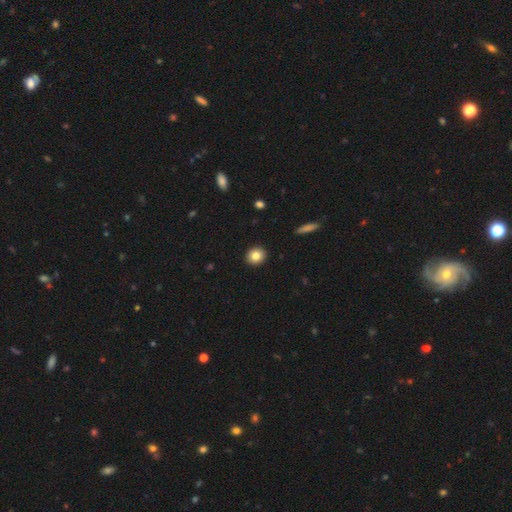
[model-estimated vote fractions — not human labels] This appears to be a smooth galaxy with no disk features (82%) that is round (82%). Merging: none (92%).